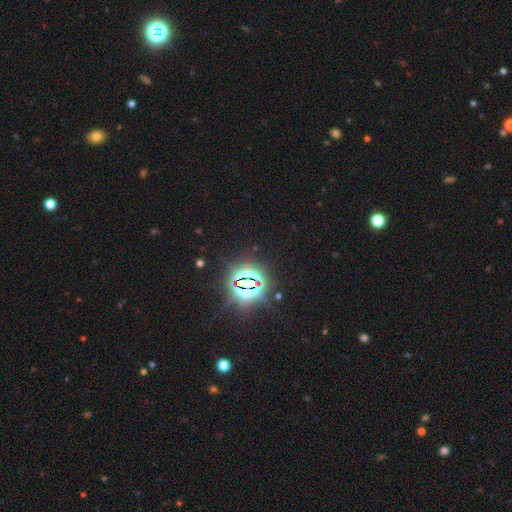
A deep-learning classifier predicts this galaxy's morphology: smooth-or-featured: star or artifact: 85% | smooth: 9% | featured or disk: 6%